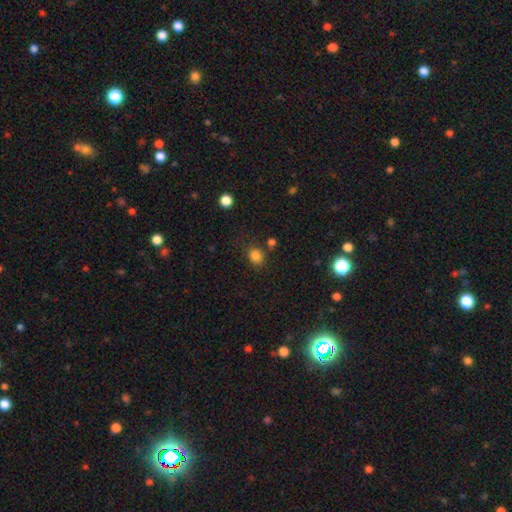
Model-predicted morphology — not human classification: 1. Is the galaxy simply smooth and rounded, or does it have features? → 82% smooth, 13% star or artifact, 5% featured or disk.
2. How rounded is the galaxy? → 58% round, 41% in between, 1% cigar-shaped.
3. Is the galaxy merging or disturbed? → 75% none, 14% minor disturbance, 7% merger, 5% major disturbance.